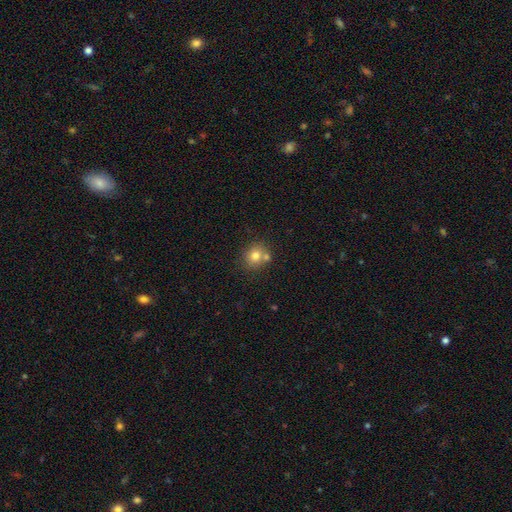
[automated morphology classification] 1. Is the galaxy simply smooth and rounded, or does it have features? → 76% smooth, 12% featured or disk, 12% star or artifact.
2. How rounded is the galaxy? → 78% round, 21% in between, 1% cigar-shaped.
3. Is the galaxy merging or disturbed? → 61% none, 25% merger, 11% minor disturbance, 3% major disturbance.